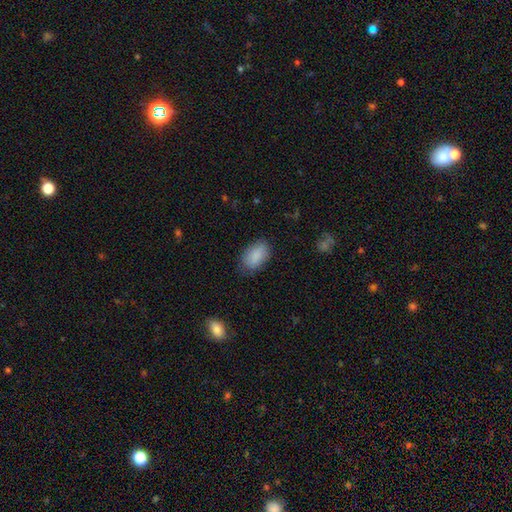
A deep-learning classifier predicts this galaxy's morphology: smooth_or_featured: smooth (p=0.88) [alt: star or artifact p=0.07]
how_rounded: in between (p=0.92) [alt: round p=0.06]
merging: none (p=0.78) [alt: minor disturbance p=0.17]